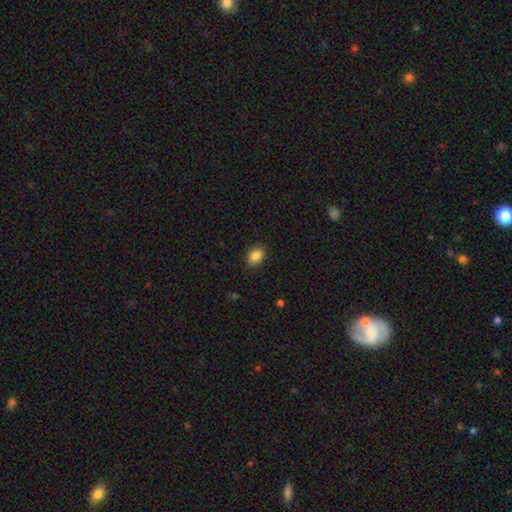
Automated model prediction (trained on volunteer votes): smooth-or-featured: smooth: 86% | star or artifact: 9% | featured or disk: 5%
  how-rounded: in between: 73% | round: 25% | cigar-shaped: 1%
  merging: none: 87% | minor disturbance: 10% | major disturbance: 2% | merger: 1%